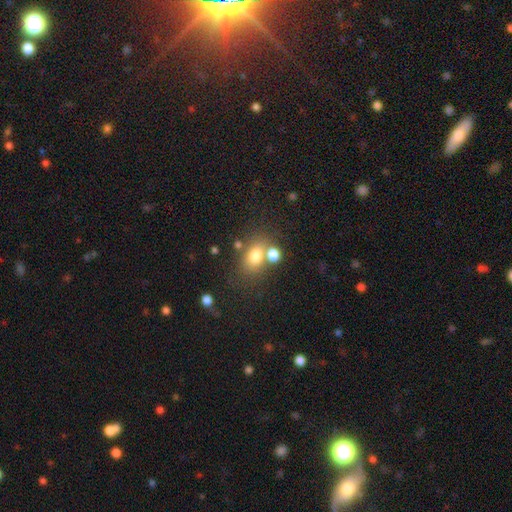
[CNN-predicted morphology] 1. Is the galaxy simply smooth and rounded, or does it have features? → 74% smooth, 13% star or artifact, 12% featured or disk.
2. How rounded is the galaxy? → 62% in between, 37% round, 2% cigar-shaped.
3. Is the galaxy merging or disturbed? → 58% none, 25% merger, 12% minor disturbance, 5% major disturbance.